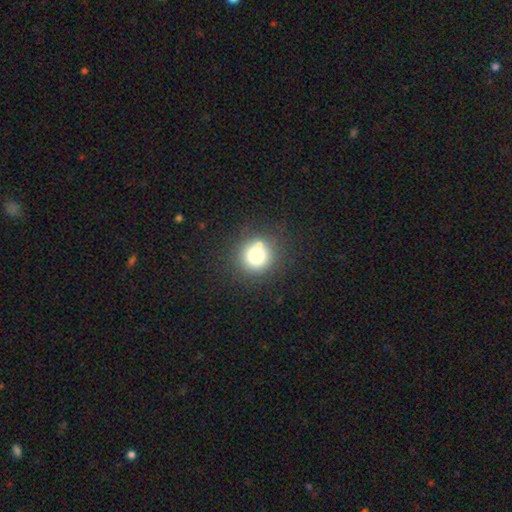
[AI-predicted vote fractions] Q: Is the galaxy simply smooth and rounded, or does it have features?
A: smooth — 74%.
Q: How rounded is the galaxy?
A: round — 91%.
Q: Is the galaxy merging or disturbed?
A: none — 76%.